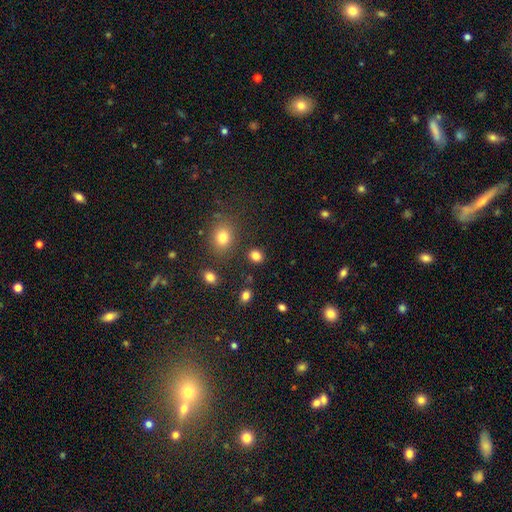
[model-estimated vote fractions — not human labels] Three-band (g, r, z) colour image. It shows a smooth galaxy with no disk features (83%) that is round (67%). Merging: none (85%).